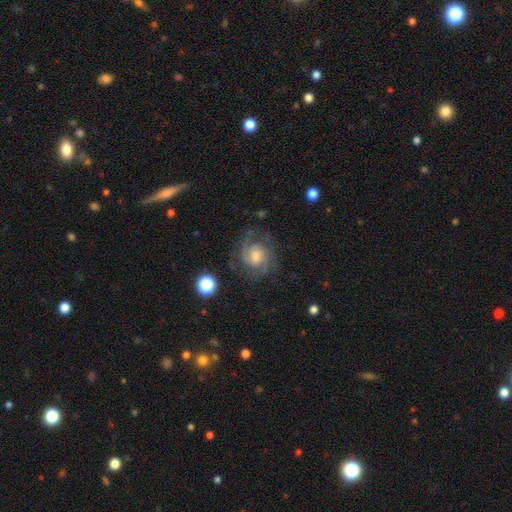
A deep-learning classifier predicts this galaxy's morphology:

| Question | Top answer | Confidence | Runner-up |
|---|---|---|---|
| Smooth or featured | featured or disk | 85% | smooth (8%) |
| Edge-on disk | no | 98% | yes (2%) |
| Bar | no | 57% | weak (36%) |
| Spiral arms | yes | 97% | no (3%) |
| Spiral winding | tight | 53% | medium (40%) |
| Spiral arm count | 2 | 48% | 3 (24%) |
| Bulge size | moderate | 49% | small (33%) |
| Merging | none | 76% | minor disturbance (15%) |